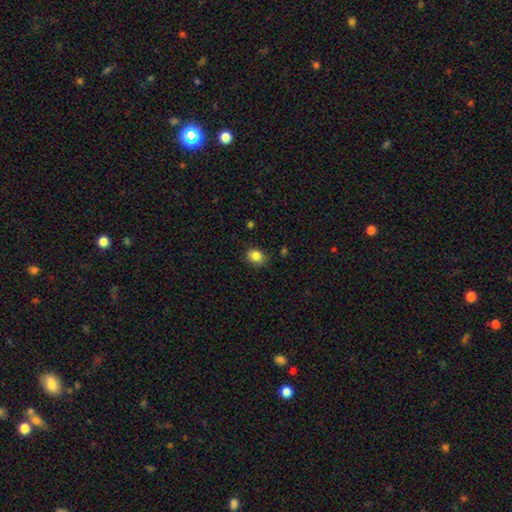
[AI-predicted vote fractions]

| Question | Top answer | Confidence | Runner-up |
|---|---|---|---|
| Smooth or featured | smooth | 85% | star or artifact (10%) |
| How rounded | in between | 54% | round (45%) |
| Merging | none | 80% | minor disturbance (16%) |